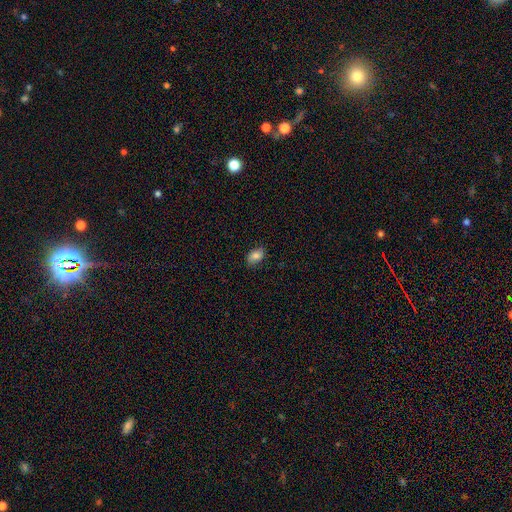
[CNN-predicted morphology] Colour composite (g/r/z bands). It shows a smooth galaxy with no disk features (78%) that is in between round and cigar-shaped (86%). Merging: none (82%).